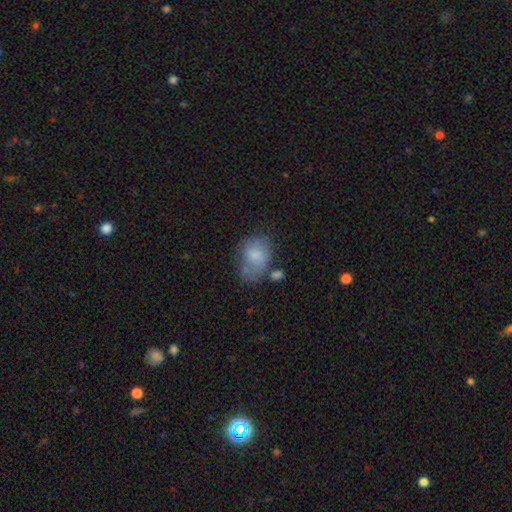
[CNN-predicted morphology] smooth 72%, featured or disk 20%, star or artifact 8%. Down the decision tree: how rounded — in between (75%); merging — none (39%).